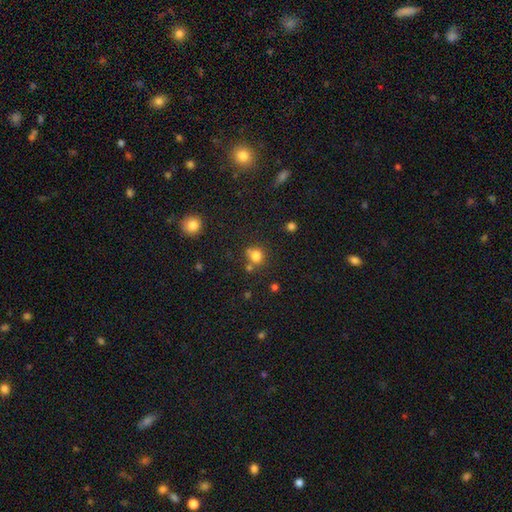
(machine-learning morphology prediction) This is likely a smooth galaxy (79%). How rounded: clearly round (81%). Merging: likely none (62%).